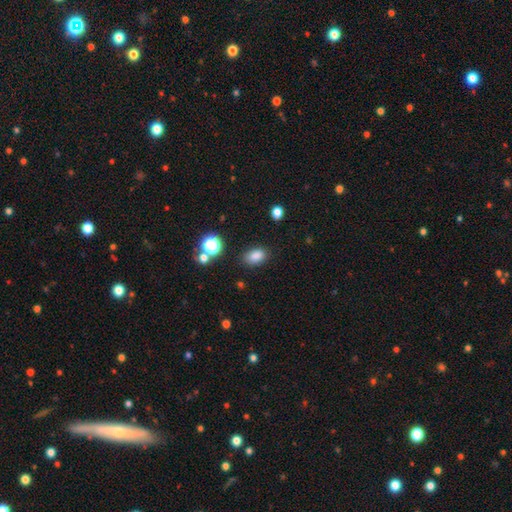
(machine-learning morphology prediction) smooth-or-featured: smooth: 83% | star or artifact: 12% | featured or disk: 5%
  how-rounded: in between: 82% | round: 16% | cigar-shaped: 2%
  merging: none: 83% | minor disturbance: 11% | major disturbance: 3% | merger: 2%